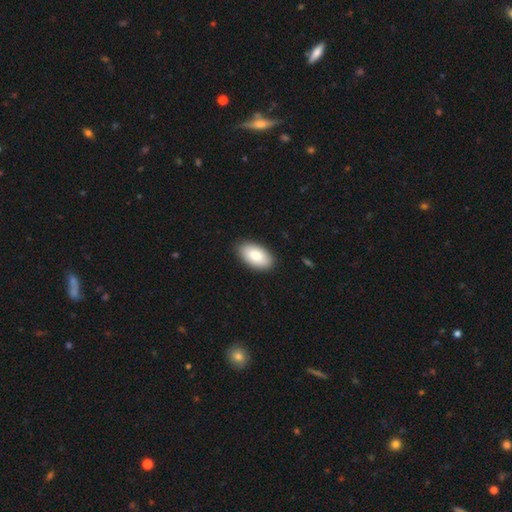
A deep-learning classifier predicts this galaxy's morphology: This is clearly a smooth galaxy (86%). How rounded: clearly in between (96%). Merging: clearly none (89%).